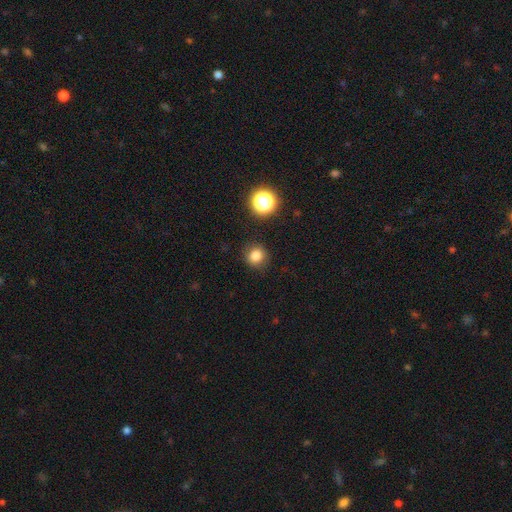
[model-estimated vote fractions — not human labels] The model was most divided on "smooth or featured": smooth: 81%, star or artifact: 14%, featured or disk: 5%. More confident: how rounded — round (90%); merging — none (88%).